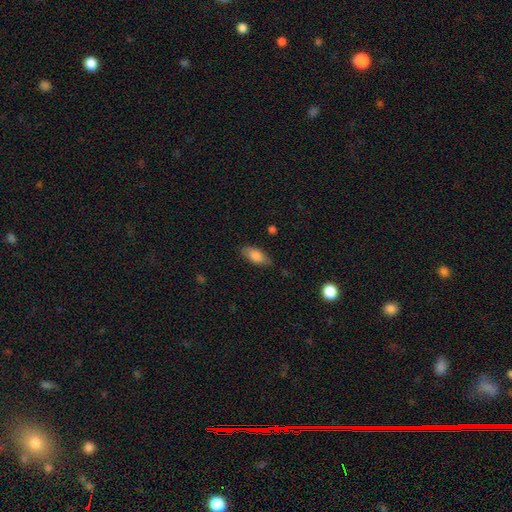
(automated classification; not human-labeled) Q: Smooth or featured?
A: smooth (81%); runner-up: featured or disk (12%)
Q: How rounded?
A: in between (85%); runner-up: cigar-shaped (12%)
Q: Merging?
A: none (76%); runner-up: minor disturbance (19%)